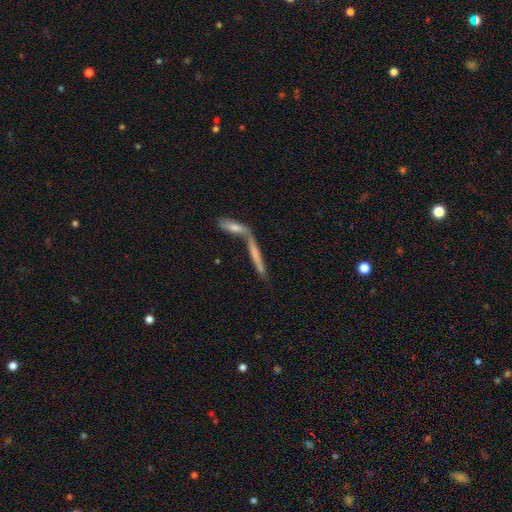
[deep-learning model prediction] This appears to be a smooth galaxy with no disk features (54%) that is cigar-shaped (87%). Merging: merger (55%).